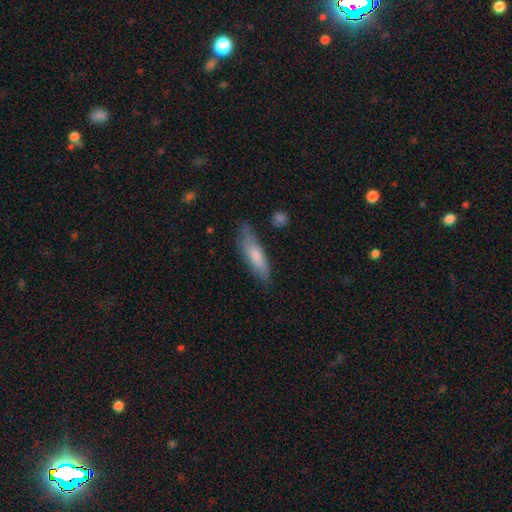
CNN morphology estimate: Smooth or featured? smooth (72%)
How rounded? cigar-shaped (63%)
Merging? none (74%)